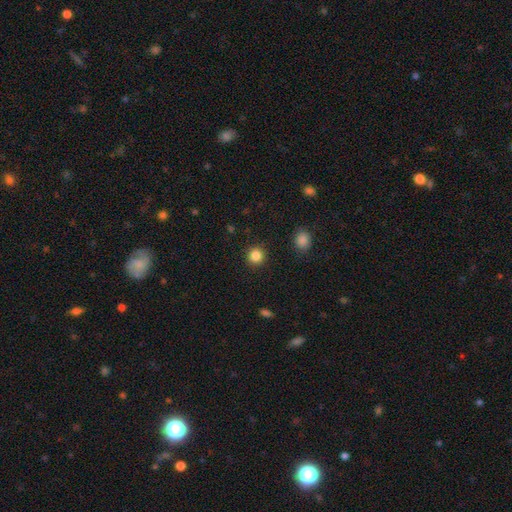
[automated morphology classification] Smooth or featured? smooth (85%)
How rounded? round (94%)
Merging? none (92%)